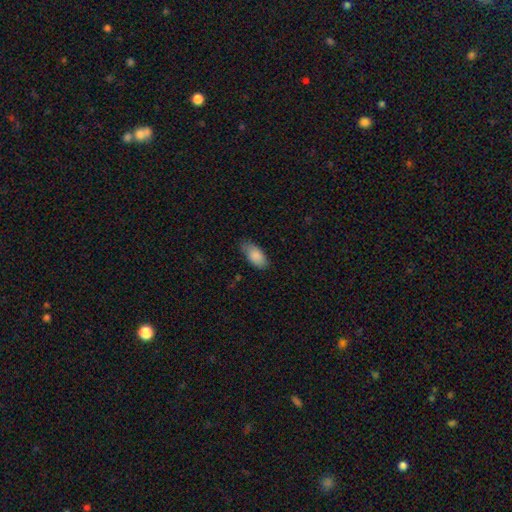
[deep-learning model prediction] Smooth or featured: smooth — 87% (featured or disk — 6%)
How rounded: in between — 92% (cigar-shaped — 5%)
Merging: none — 71% (minor disturbance — 23%)